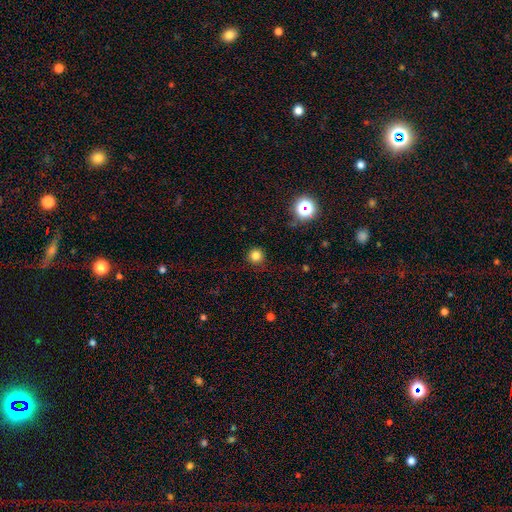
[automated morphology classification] A smooth galaxy with no disk features (80%) that is round (94%).

Vote fractions:
- Smooth or featured? smooth: 80% / star or artifact: 15% / featured or disk: 5%
- How rounded? round: 94% / in between: 5% / cigar-shaped: 1%
- Merging? none: 87% / minor disturbance: 9% / major disturbance: 3% / merger: 1%